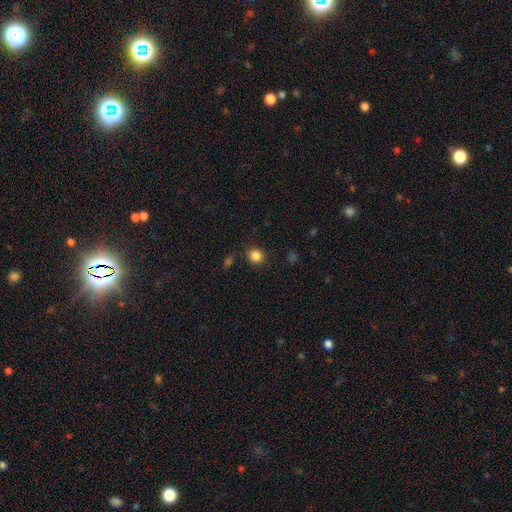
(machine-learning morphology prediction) smooth 85%, star or artifact 11%, featured or disk 4%. Down the decision tree: how rounded — round (84%); merging — none (88%).